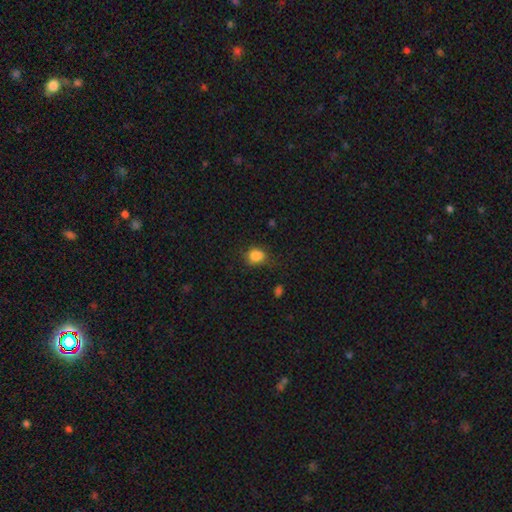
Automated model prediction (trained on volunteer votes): The model was most divided on "how rounded": round: 54%, in between: 45%, cigar-shaped: 1%. More confident: smooth or featured — smooth (84%); merging — none (66%).